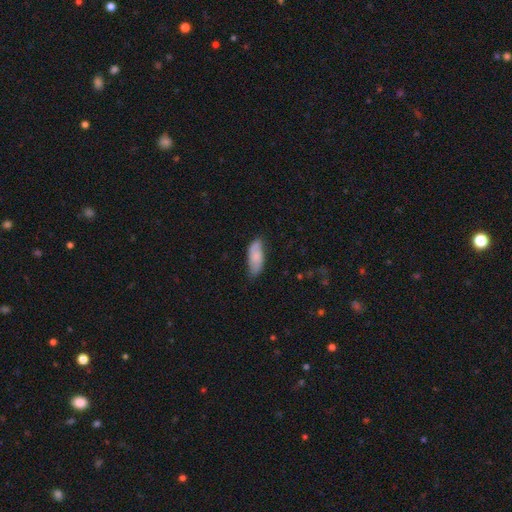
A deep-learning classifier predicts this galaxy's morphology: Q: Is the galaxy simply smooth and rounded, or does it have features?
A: smooth — 75%.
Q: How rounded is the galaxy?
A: in between — 78%.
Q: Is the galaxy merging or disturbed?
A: none — 66%.